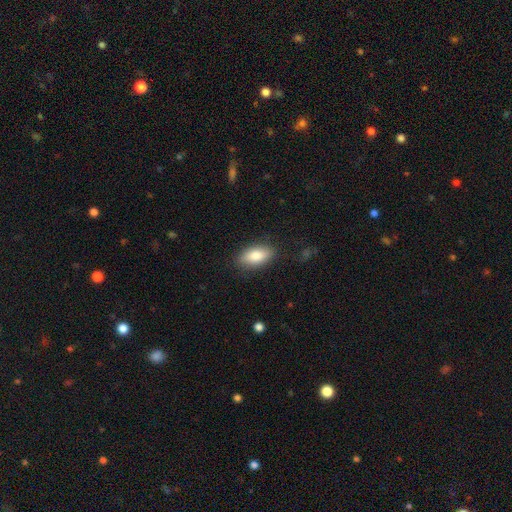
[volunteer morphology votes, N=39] A smooth galaxy with no disk features (92%) that is in between round and cigar-shaped (92%).

Vote fractions:
- Smooth or featured? smooth: 92% / featured or disk: 5% / star or artifact: 3%
- How rounded? in between: 92% / cigar-shaped: 8% / round: 0%
- Merging? none: 82% / minor disturbance: 18% / major disturbance: 0% / merger: 0%